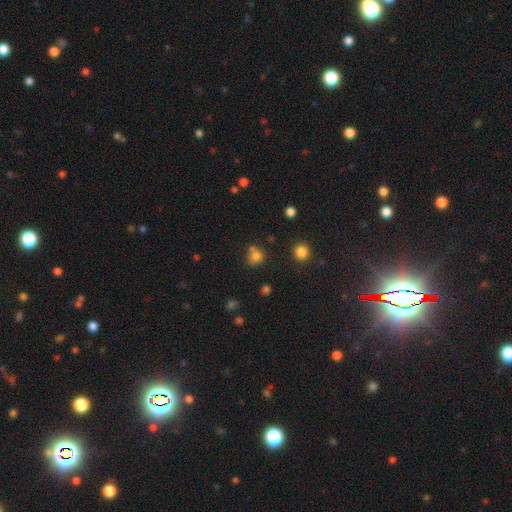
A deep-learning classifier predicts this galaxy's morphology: Overall: smooth (76%). How rounded: round (81%). Merging: none (57%; merger 26%).